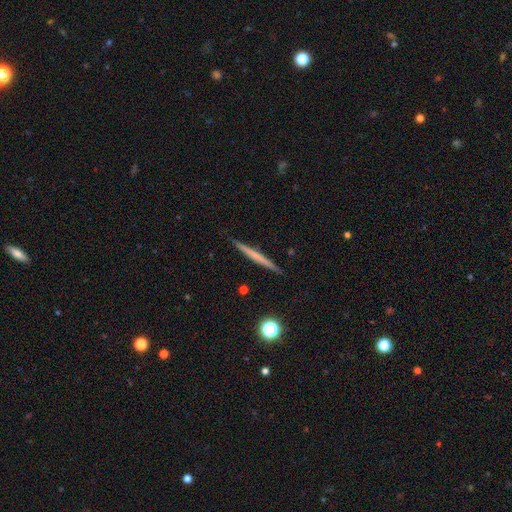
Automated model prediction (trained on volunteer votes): A smooth galaxy with no disk features (48%).

Vote fractions:
- Smooth or featured? smooth: 48% / featured or disk: 46% / star or artifact: 6%
- Merging? none: 91% / minor disturbance: 7% / major disturbance: 1% / merger: 1%